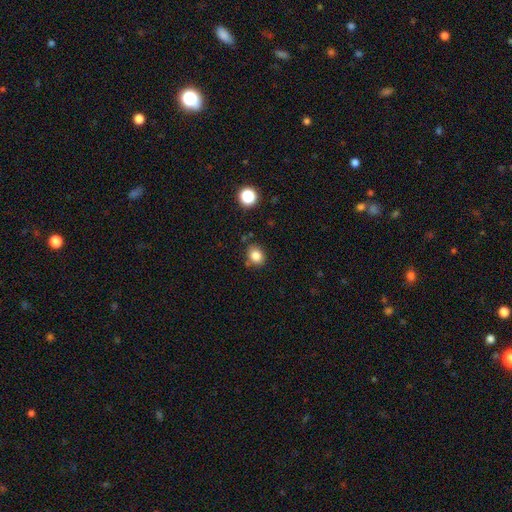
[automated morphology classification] A smooth galaxy with no disk features (83%) that is round (57%). Merging: none (79%).